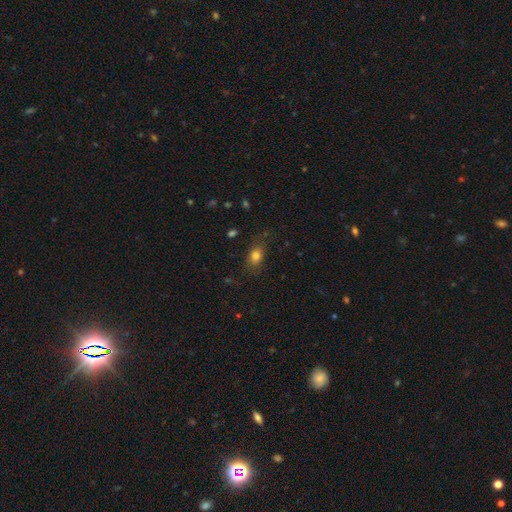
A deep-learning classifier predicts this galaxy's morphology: type=smooth (78%); roundness=in between (75%); merging=none (77%).